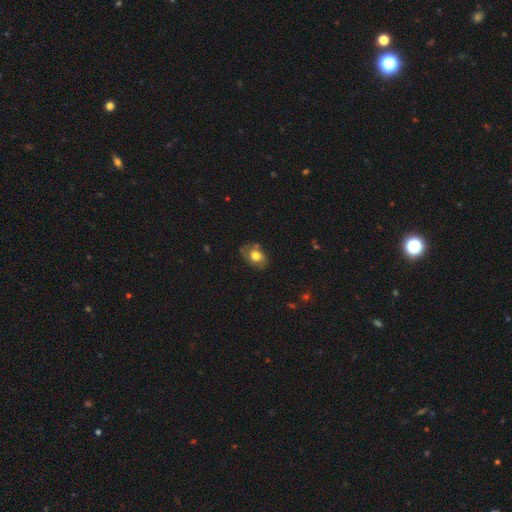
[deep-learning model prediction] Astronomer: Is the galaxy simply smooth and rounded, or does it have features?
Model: smooth — 66%.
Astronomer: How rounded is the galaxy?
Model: in between — 74%.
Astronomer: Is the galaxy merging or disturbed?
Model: none — 66%.